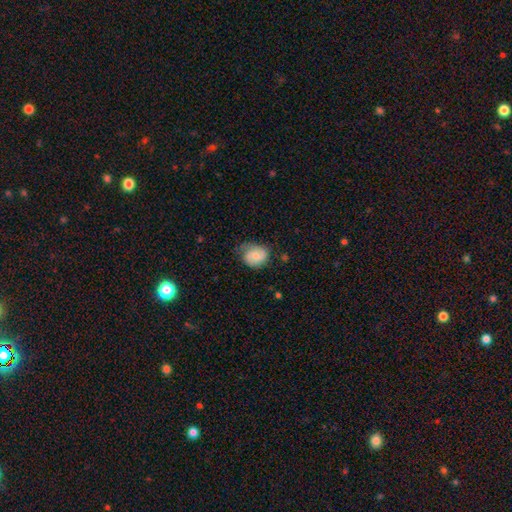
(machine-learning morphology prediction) smooth-or-featured: smooth: 48% | featured or disk: 45% | star or artifact: 7%
  merging: none: 60% | minor disturbance: 30% | major disturbance: 9% | merger: 1%